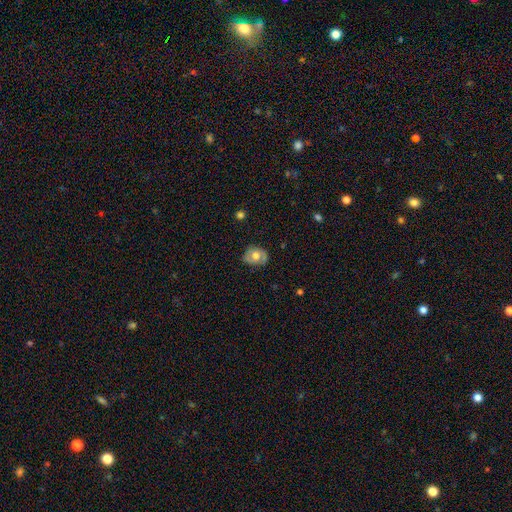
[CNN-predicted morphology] smooth-or-featured: smooth: 51% | featured or disk: 41% | star or artifact: 8%
  how-rounded: round: 54% | in between: 44% | cigar-shaped: 1%
  merging: none: 72% | minor disturbance: 21% | major disturbance: 5% | merger: 1%